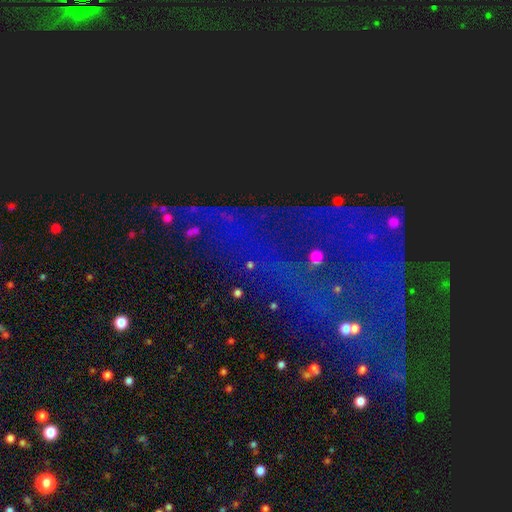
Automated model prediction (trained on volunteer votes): Smooth or featured: star or artifact — 77% (featured or disk — 13%)